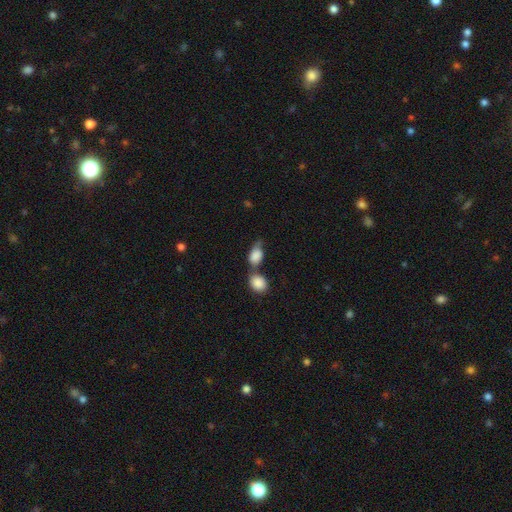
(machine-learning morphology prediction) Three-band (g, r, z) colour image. It shows a smooth galaxy with no disk features (84%) that is in between round and cigar-shaped (76%). Merging: merger (53%).